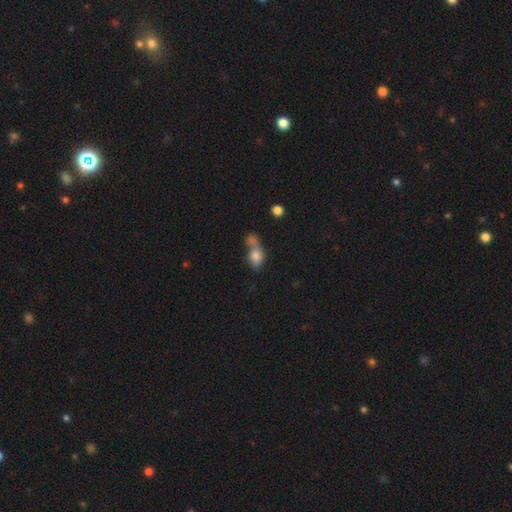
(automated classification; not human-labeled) A smooth galaxy with no disk features (79%) that is in between round and cigar-shaped (70%).

Vote fractions:
- Smooth or featured? smooth: 79% / featured or disk: 11% / star or artifact: 10%
- How rounded? in between: 70% / round: 27% / cigar-shaped: 3%
- Merging? merger: 59% / none: 23% / minor disturbance: 10% / major disturbance: 8%